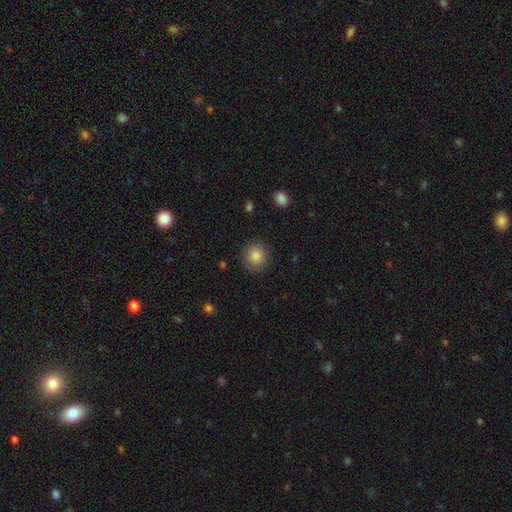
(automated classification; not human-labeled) Smooth or featured? smooth (85%)
How rounded? round (88%)
Merging? none (88%)